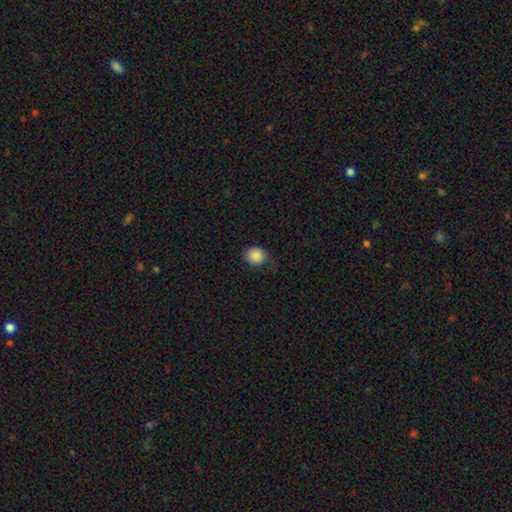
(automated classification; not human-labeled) Smooth or featured: smooth — 87% (star or artifact — 8%)
How rounded: round — 68% (in between — 31%)
Merging: none — 51% (minor disturbance — 35%)